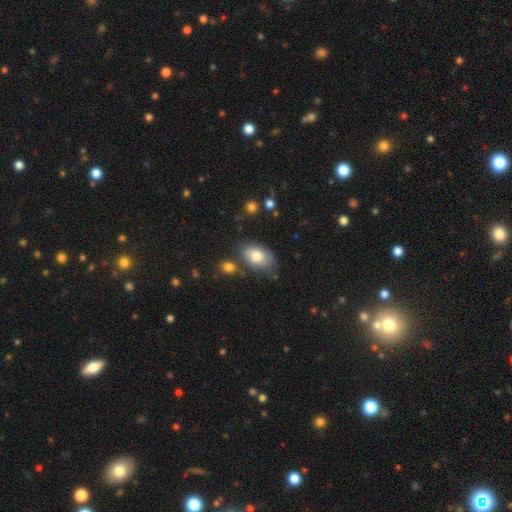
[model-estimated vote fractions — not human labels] Q: Smooth or featured?
A: smooth (78%); runner-up: featured or disk (15%)
Q: How rounded?
A: in between (89%); runner-up: round (10%)
Q: Merging?
A: none (61%); runner-up: minor disturbance (23%)